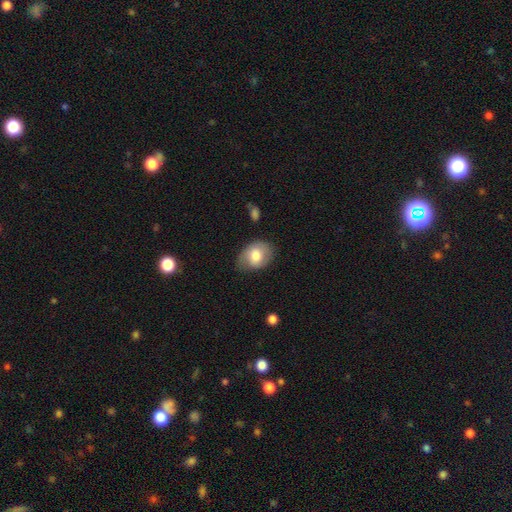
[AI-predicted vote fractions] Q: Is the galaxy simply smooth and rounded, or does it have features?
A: smooth — 72%.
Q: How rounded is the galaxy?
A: in between — 70%.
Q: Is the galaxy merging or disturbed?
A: none — 65%.